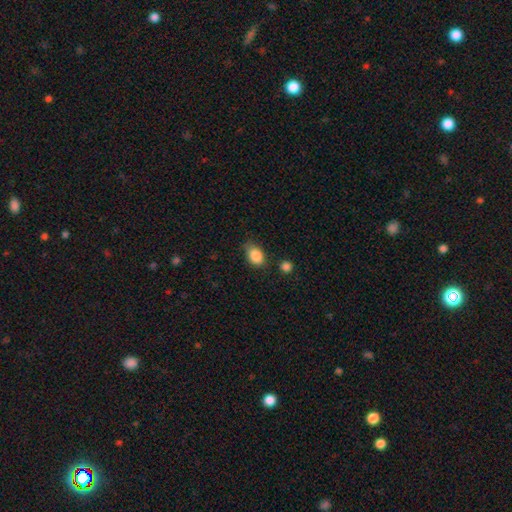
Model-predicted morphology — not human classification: A smooth galaxy with no disk features (87%) that is in between round and cigar-shaped (77%).

Vote fractions:
- Smooth or featured? smooth: 87% / star or artifact: 8% / featured or disk: 5%
- How rounded? in between: 77% / round: 22% / cigar-shaped: 1%
- Merging? none: 68% / minor disturbance: 23% / major disturbance: 5% / merger: 4%